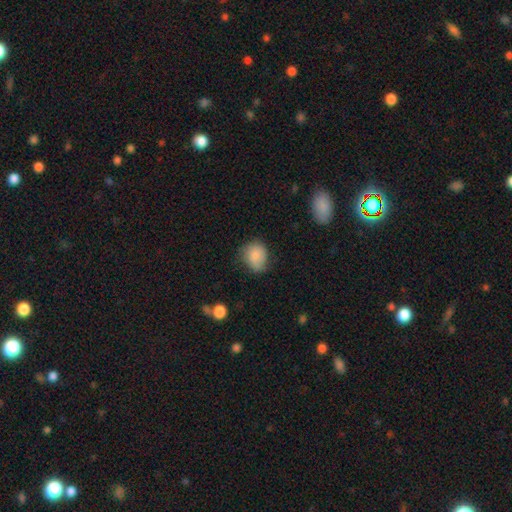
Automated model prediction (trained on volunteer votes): The model was most divided on "merging": none: 60%, minor disturbance: 30%, major disturbance: 8%, merger: 2%. More confident: smooth or featured — smooth (82%); how rounded — round (66%).